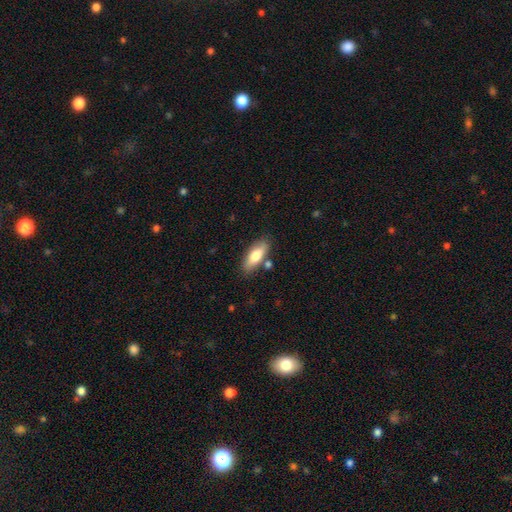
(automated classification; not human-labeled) Smooth or featured?
  - smooth: 75% *
  - featured or disk: 18%
  - star or artifact: 6%
How rounded?
  - in between: 72% *
  - cigar-shaped: 26%
  - round: 2%
Merging?
  - none: 78% *
  - minor disturbance: 13%
  - merger: 6%
  - major disturbance: 3%